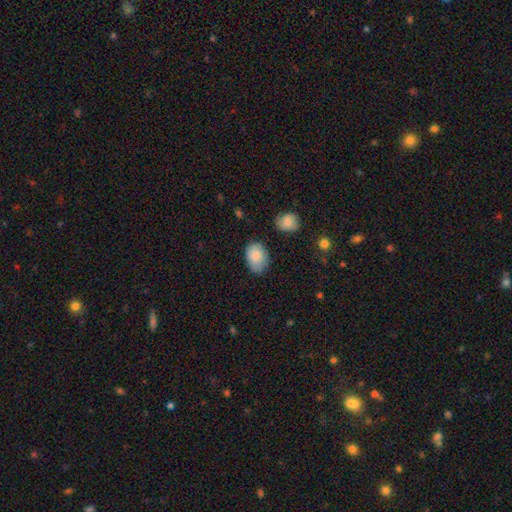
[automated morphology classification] Q: Smooth or featured?
A: smooth (83%); runner-up: featured or disk (10%)
Q: How rounded?
A: in between (76%); runner-up: round (23%)
Q: Merging?
A: none (71%); runner-up: minor disturbance (22%)